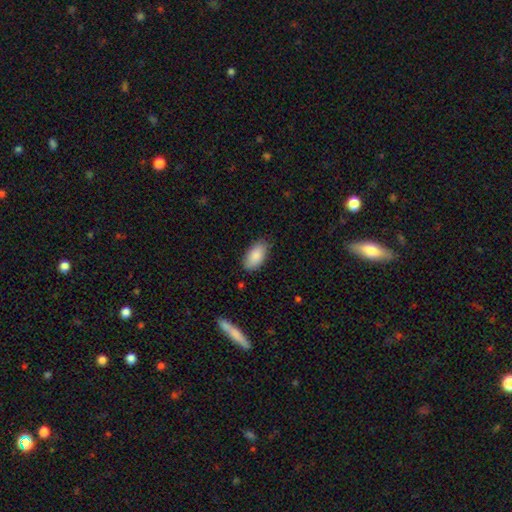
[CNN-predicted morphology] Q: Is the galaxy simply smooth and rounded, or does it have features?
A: smooth — 88%.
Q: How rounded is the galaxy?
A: in between — 94%.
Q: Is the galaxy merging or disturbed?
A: none — 82%.